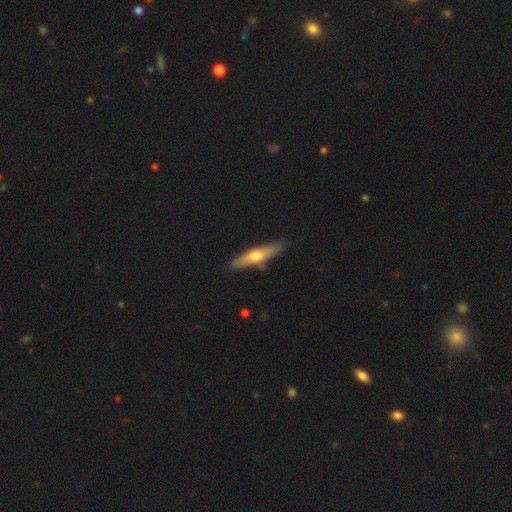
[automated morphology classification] smooth-or-featured: smooth: 50% | featured or disk: 44% | star or artifact: 6%
  merging: none: 83% | minor disturbance: 12% | merger: 3% | major disturbance: 2%